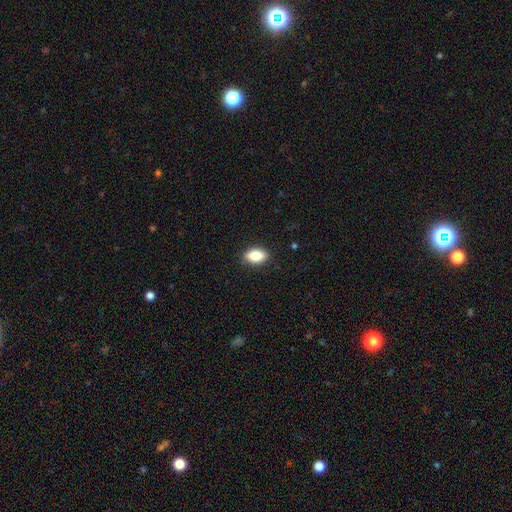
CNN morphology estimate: Overall: smooth (80%). How rounded: in between (85%). Merging: none (87%).